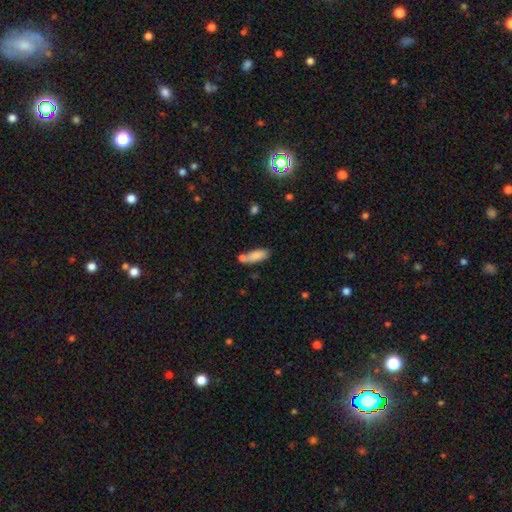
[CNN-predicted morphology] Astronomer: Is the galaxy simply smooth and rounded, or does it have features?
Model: smooth — 82%.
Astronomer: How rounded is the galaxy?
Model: in between — 64%.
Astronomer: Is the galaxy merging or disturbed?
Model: none — 52%.